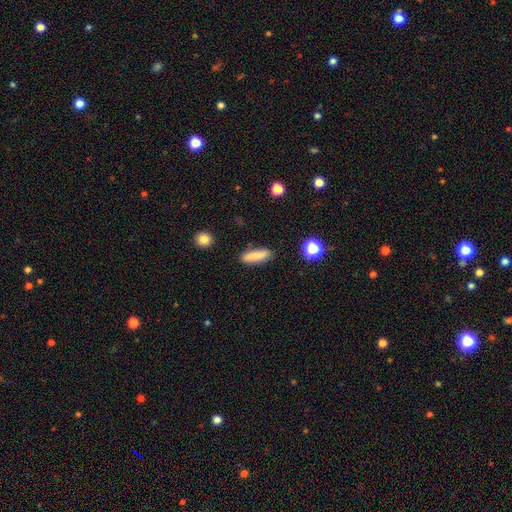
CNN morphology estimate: smooth-or-featured: smooth: 82% | featured or disk: 10% | star or artifact: 8%
  how-rounded: cigar-shaped: 61% | in between: 36% | round: 2%
  merging: none: 85% | minor disturbance: 10% | major disturbance: 3% | merger: 2%